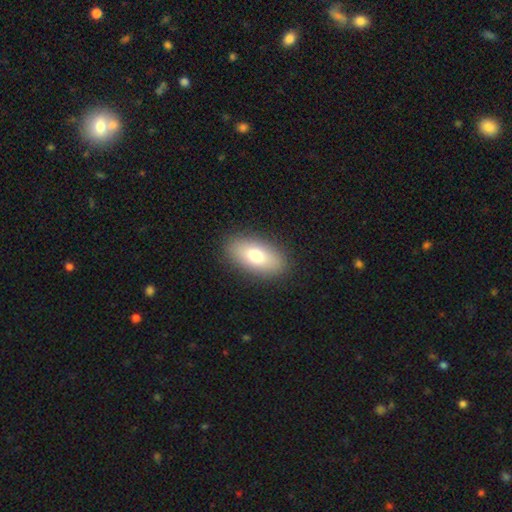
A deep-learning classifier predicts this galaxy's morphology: smooth 75%, featured or disk 17%, star or artifact 8%. Down the decision tree: how rounded — in between (89%); merging — none (88%).